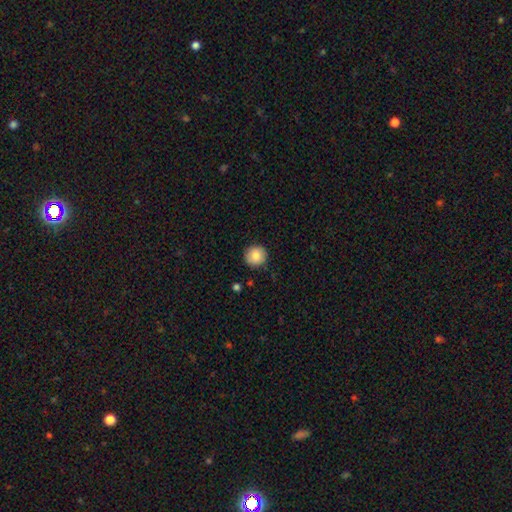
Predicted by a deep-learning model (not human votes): Smooth or featured?
  - smooth: 86% *
  - star or artifact: 8%
  - featured or disk: 6%
How rounded?
  - round: 94% *
  - in between: 5%
  - cigar-shaped: 1%
Merging?
  - none: 90% *
  - minor disturbance: 7%
  - major disturbance: 2%
  - merger: 1%